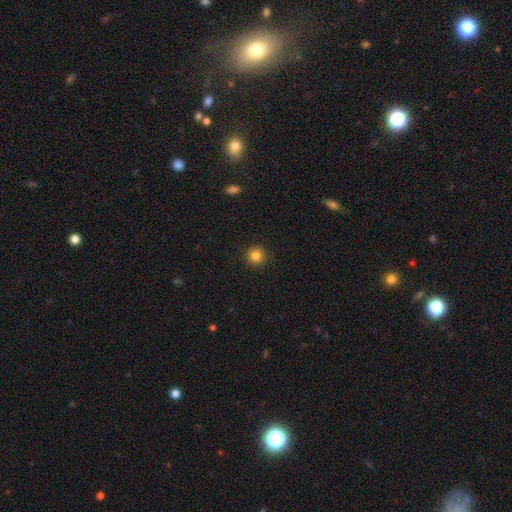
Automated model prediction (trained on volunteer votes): The model was most divided on "smooth or featured": smooth: 85%, star or artifact: 11%, featured or disk: 4%. More confident: how rounded — round (94%); merging — none (92%).